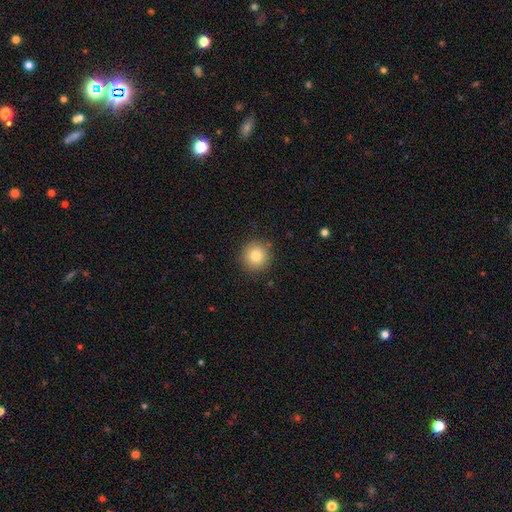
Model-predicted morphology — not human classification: The model was most divided on "smooth or featured": smooth: 82%, star or artifact: 10%, featured or disk: 8%. More confident: how rounded — round (95%); merging — none (89%).